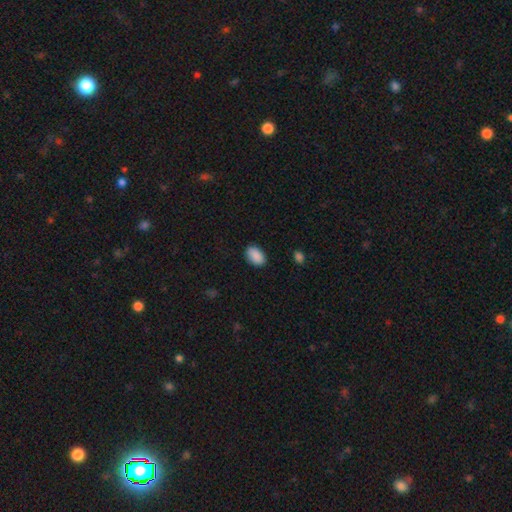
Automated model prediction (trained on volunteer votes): Overall: smooth (90%). How rounded: in between (90%). Merging: none (88%).